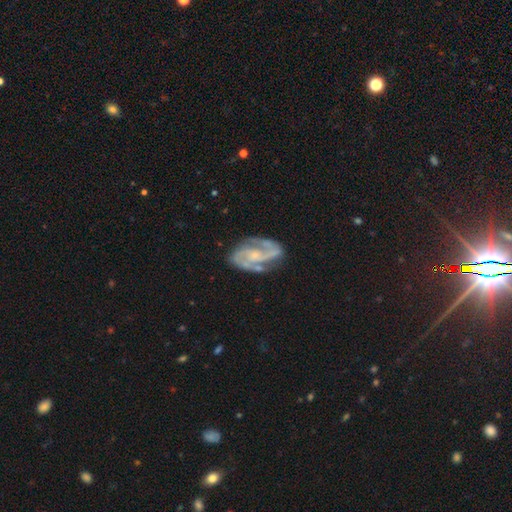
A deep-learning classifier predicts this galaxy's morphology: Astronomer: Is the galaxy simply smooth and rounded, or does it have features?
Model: featured or disk — 86%.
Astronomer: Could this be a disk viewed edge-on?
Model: no — 97%.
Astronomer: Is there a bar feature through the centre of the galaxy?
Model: no — 48% (runner-up: weak, 39%).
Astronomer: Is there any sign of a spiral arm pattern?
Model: yes — 96%.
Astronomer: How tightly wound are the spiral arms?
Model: medium — 53% (runner-up: tight, 29%).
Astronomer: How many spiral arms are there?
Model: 2 — 63%.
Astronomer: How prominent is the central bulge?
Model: small — 52% (runner-up: moderate, 28%).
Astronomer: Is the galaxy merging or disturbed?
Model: none — 70%.